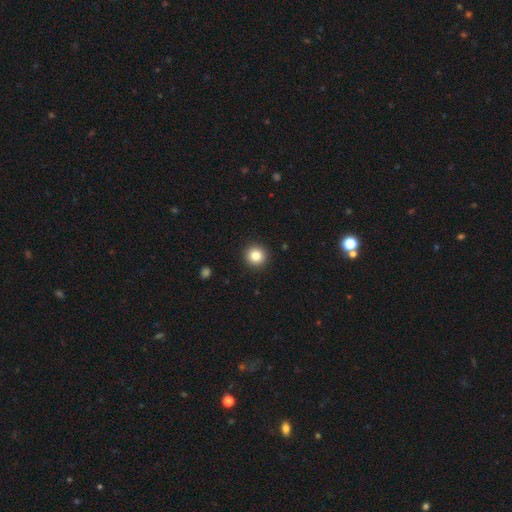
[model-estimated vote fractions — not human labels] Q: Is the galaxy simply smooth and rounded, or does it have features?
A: smooth — 84%.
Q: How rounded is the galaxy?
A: round — 95%.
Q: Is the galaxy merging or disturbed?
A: none — 93%.